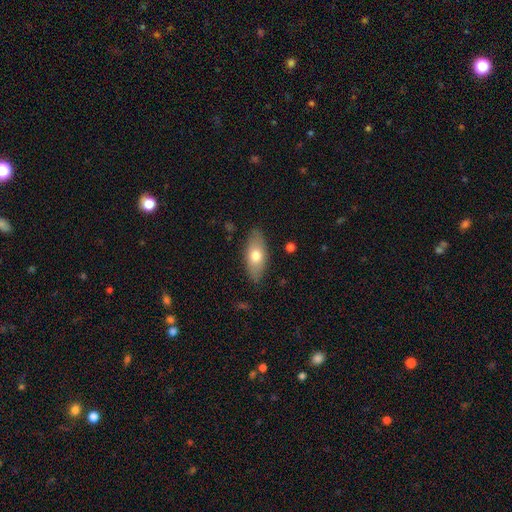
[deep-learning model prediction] A smooth galaxy with no disk features (68%) that is in between round and cigar-shaped (85%).

Vote fractions:
- Smooth or featured? smooth: 68% / featured or disk: 25% / star or artifact: 6%
- How rounded? in between: 85% / cigar-shaped: 11% / round: 4%
- Merging? none: 84% / minor disturbance: 12% / major disturbance: 3% / merger: 1%